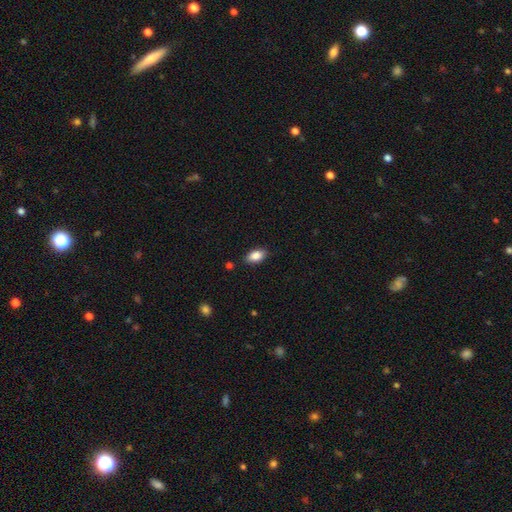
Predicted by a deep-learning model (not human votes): Smooth or featured: smooth — 87% (star or artifact — 8%)
How rounded: in between — 91% (round — 5%)
Merging: none — 86% (minor disturbance — 10%)